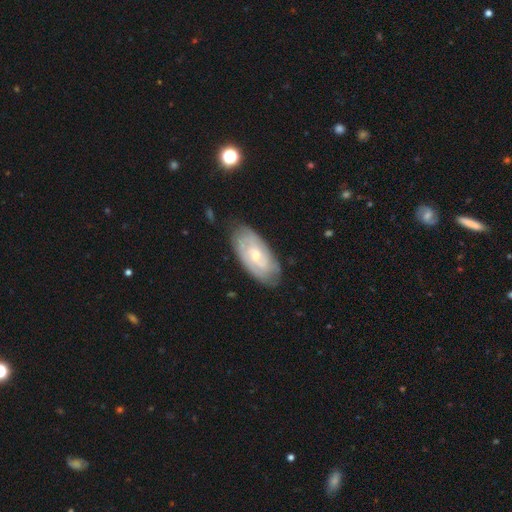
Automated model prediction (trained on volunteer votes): Overall: featured or disk (73%). Edge-on disk: no (93%). Bar: no (63%; weak 32%). Spiral arms: yes (88%). Spiral arm count: can't tell (45%; 2 32%). Spiral winding: tight (66%; medium 27%). Bulge size: small (57%; moderate 39%). Merging: none (76%).